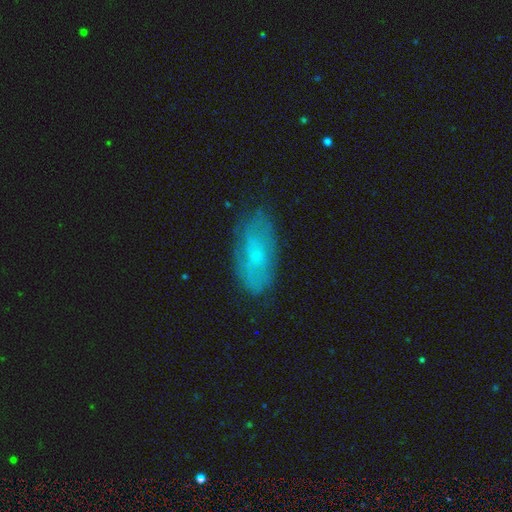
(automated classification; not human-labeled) Q: Smooth or featured?
A: smooth (52%); runner-up: featured or disk (40%)
Q: How rounded?
A: in between (89%); runner-up: cigar-shaped (8%)
Q: Merging?
A: none (75%); runner-up: minor disturbance (18%)